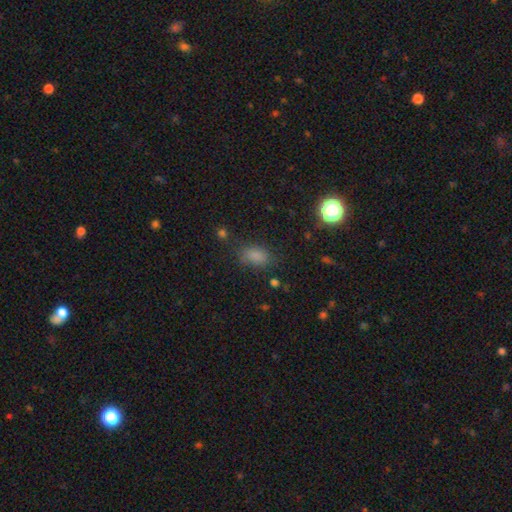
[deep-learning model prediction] This is likely a smooth galaxy (79%). How rounded: clearly in between (84%). Merging: likely none (74%).